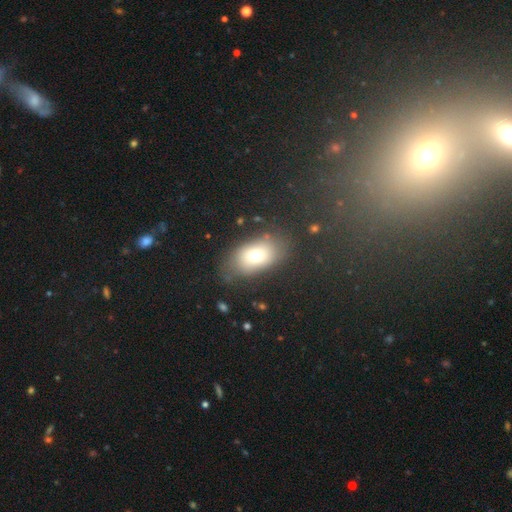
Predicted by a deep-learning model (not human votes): smooth_or_featured: smooth (p=0.72) [alt: featured or disk p=0.17]
how_rounded: in between (p=0.84) [alt: round p=0.14]
merging: none (p=0.67) [alt: minor disturbance p=0.19]